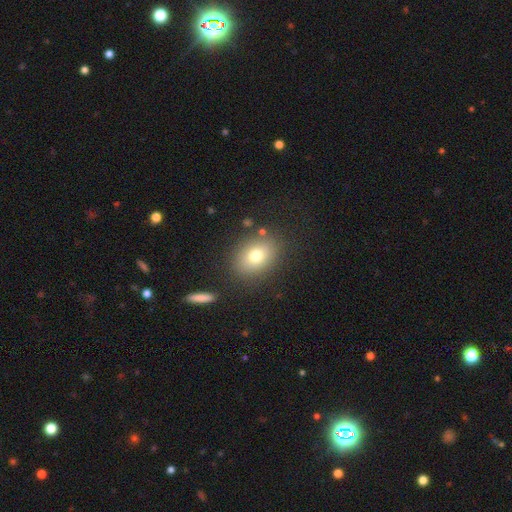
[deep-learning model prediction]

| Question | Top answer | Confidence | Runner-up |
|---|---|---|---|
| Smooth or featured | smooth | 74% | featured or disk (14%) |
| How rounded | in between | 59% | round (40%) |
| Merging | none | 83% | minor disturbance (10%) |